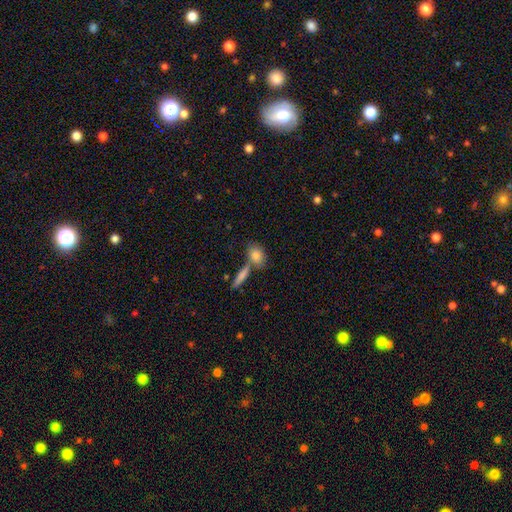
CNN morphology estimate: smooth-or-featured: smooth: 80% | featured or disk: 13% | star or artifact: 7%
  how-rounded: in between: 75% | round: 17% | cigar-shaped: 7%
  merging: none: 53% | merger: 32% | minor disturbance: 11% | major disturbance: 4%